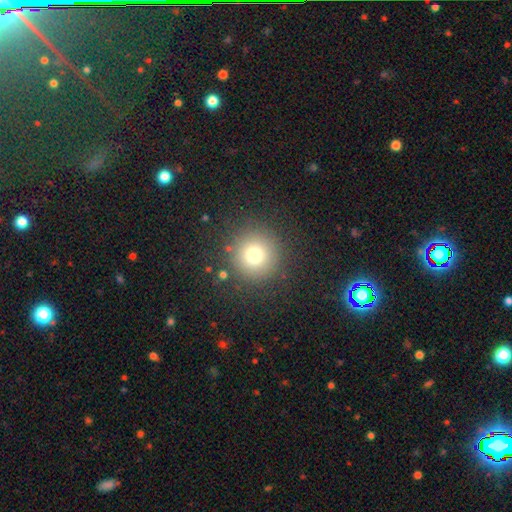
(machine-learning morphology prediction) This is likely a smooth galaxy (74%). How rounded: clearly round (96%). Merging: clearly none (87%).